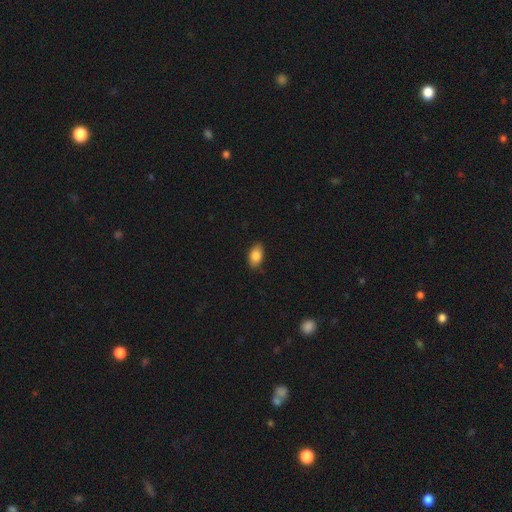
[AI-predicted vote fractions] Smooth or featured?
  - smooth: 85% *
  - featured or disk: 8%
  - star or artifact: 7%
How rounded?
  - in between: 92% *
  - round: 6%
  - cigar-shaped: 2%
Merging?
  - none: 87% *
  - minor disturbance: 10%
  - major disturbance: 2%
  - merger: 1%